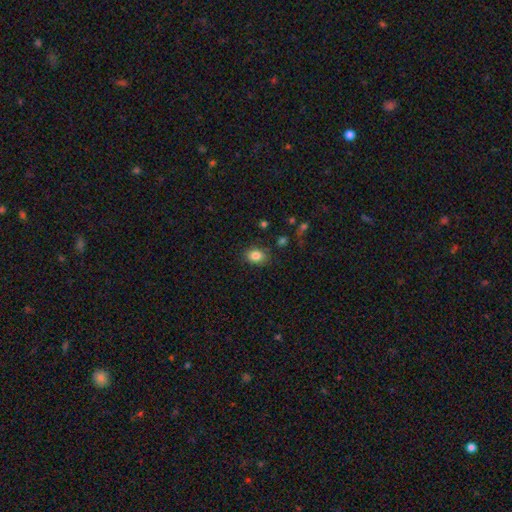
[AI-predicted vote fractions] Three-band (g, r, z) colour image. It shows a smooth galaxy with no disk features (84%) that is in between round and cigar-shaped (67%). Merging: none (82%).